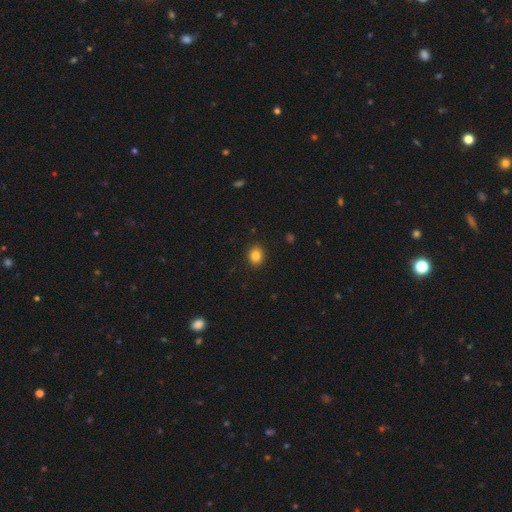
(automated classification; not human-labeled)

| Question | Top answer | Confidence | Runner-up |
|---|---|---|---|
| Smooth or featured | smooth | 85% | star or artifact (10%) |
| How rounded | round | 66% | in between (33%) |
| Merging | none | 91% | minor disturbance (6%) |